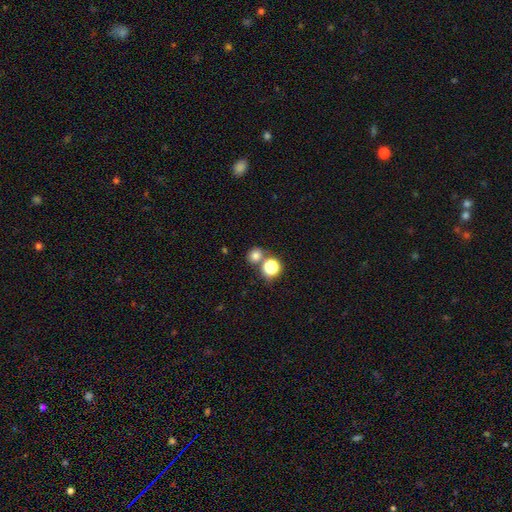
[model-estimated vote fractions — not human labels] Q: Smooth or featured?
A: smooth (74%); runner-up: star or artifact (19%)
Q: How rounded?
A: round (82%); runner-up: in between (17%)
Q: Merging?
A: none (65%); runner-up: merger (24%)